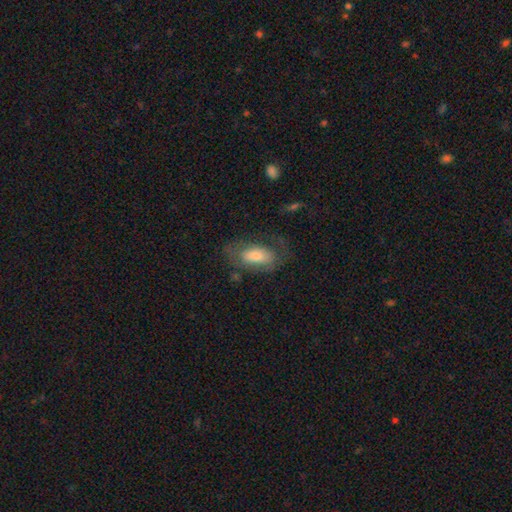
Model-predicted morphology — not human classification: Smooth or featured?
  - smooth: 60% *
  - featured or disk: 32%
  - star or artifact: 7%
How rounded?
  - in between: 89% *
  - cigar-shaped: 7%
  - round: 5%
Merging?
  - none: 56% *
  - minor disturbance: 22%
  - major disturbance: 20%
  - merger: 2%